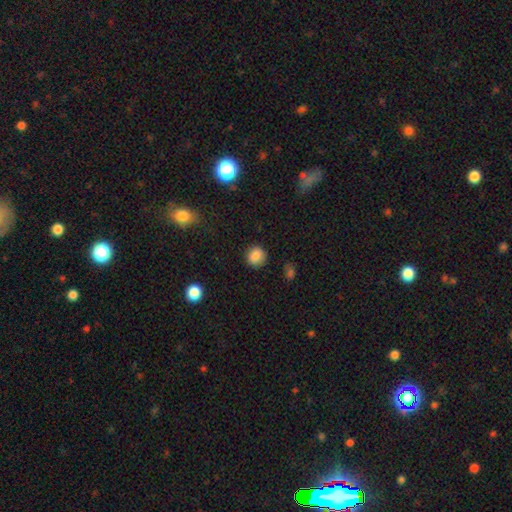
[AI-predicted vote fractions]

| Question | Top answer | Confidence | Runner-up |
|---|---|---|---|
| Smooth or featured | smooth | 85% | star or artifact (10%) |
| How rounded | round | 86% | in between (13%) |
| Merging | none | 87% | minor disturbance (9%) |